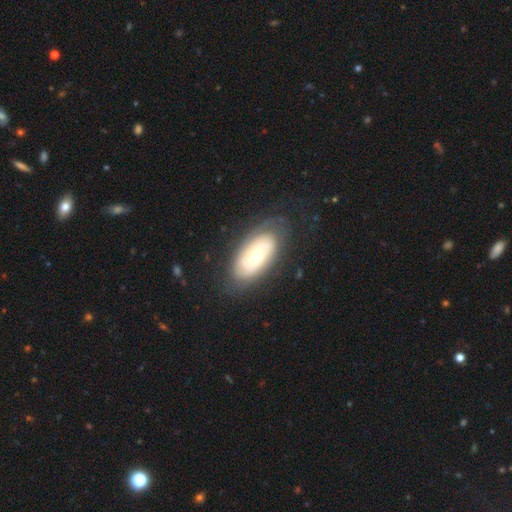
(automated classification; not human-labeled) Smooth or featured: featured or disk — 58% (smooth — 35%)
Edge-on disk: no — 90% (yes — 10%)
Bar: no — 77% (weak — 18%)
Spiral arms: yes — 73% (no — 27%)
Bulge size: moderate — 58% (small — 32%)
Merging: none — 71% (minor disturbance — 19%)